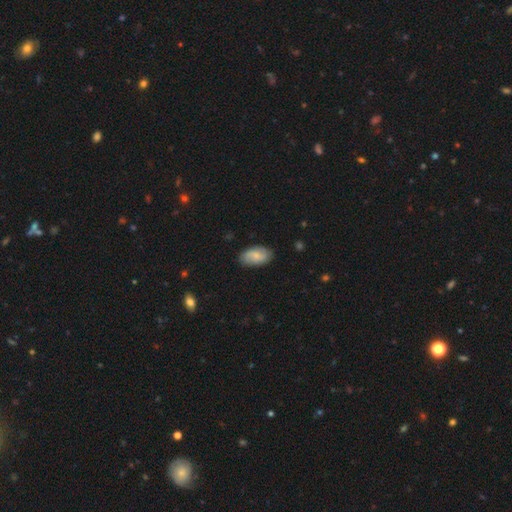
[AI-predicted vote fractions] Smooth or featured?
  - smooth: 65% *
  - featured or disk: 29%
  - star or artifact: 7%
How rounded?
  - in between: 94% *
  - round: 4%
  - cigar-shaped: 2%
Merging?
  - none: 81% *
  - minor disturbance: 15%
  - major disturbance: 3%
  - merger: 1%